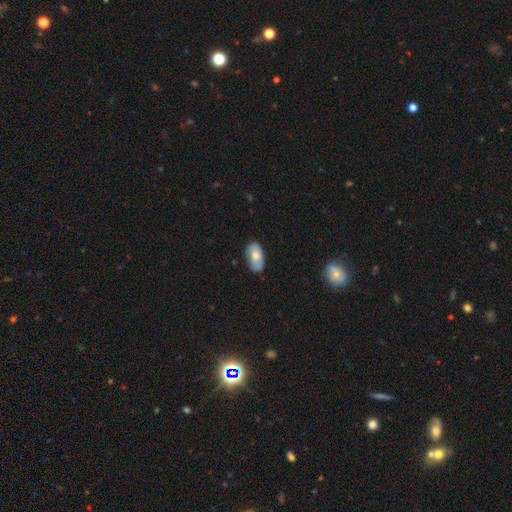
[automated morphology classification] Smooth or featured? smooth (71%)
How rounded? in between (94%)
Merging? none (75%)